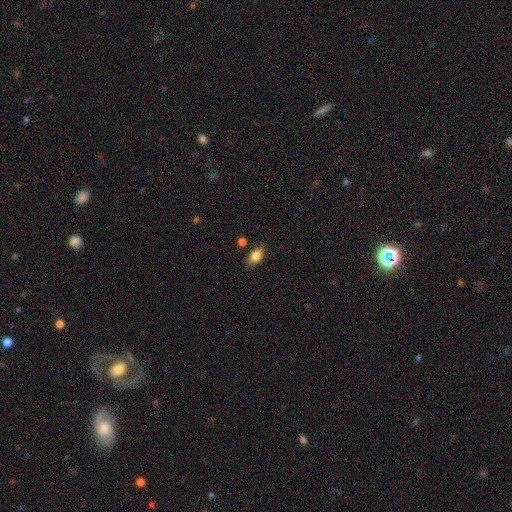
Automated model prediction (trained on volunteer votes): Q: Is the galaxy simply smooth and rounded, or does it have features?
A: smooth — 84%.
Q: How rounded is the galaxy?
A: in between — 91%.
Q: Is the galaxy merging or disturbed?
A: none — 84%.